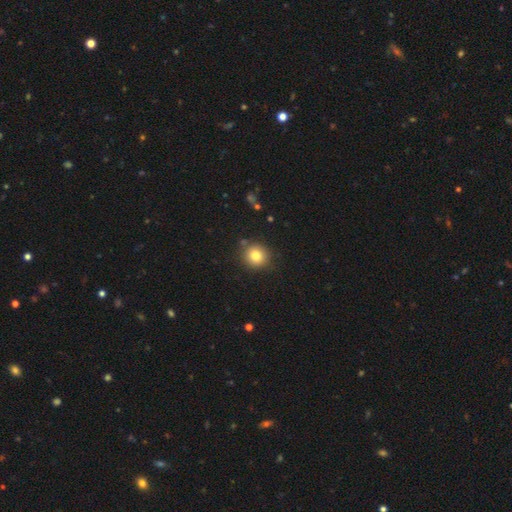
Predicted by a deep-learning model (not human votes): Q: Smooth or featured?
A: smooth (81%); runner-up: star or artifact (11%)
Q: How rounded?
A: round (90%); runner-up: in between (9%)
Q: Merging?
A: none (85%); runner-up: minor disturbance (9%)